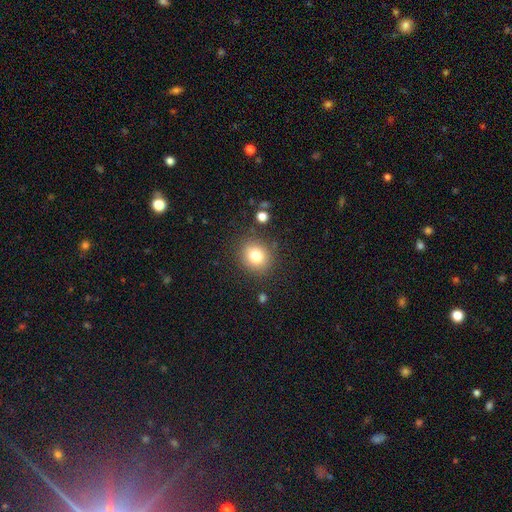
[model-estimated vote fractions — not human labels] Morphology: type=smooth (79%); roundness=round (78%); merging=none (85%).